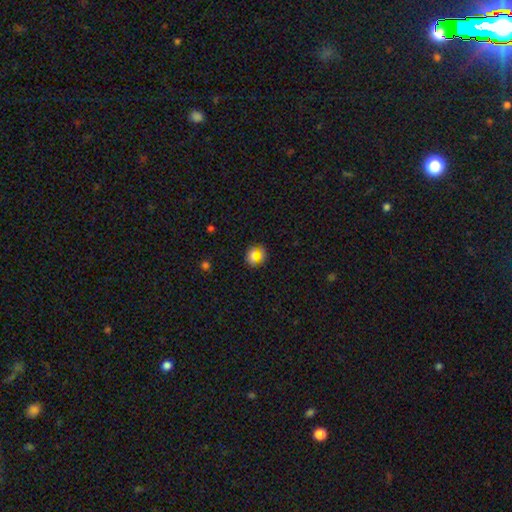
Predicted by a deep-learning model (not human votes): Smooth or featured: smooth — 67% (star or artifact — 23%)
How rounded: round — 81% (in between — 17%)
Merging: none — 77% (minor disturbance — 13%)